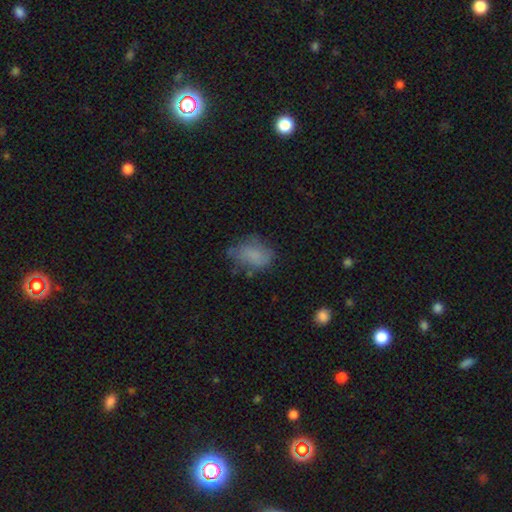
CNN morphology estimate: This appears to be a smooth galaxy with no disk features (73%) that is in between round and cigar-shaped (75%). Merging: none (49%).